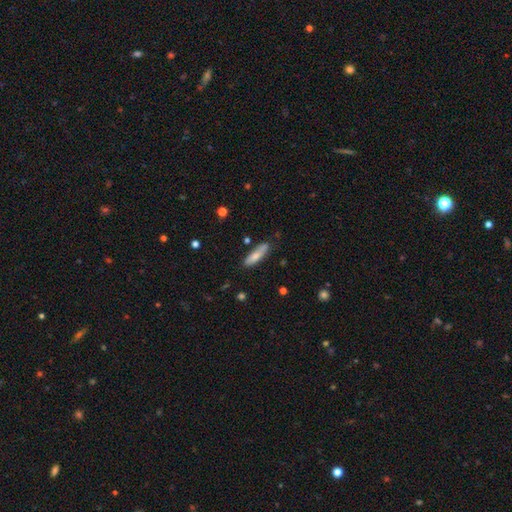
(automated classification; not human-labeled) smooth 72%, featured or disk 21%, star or artifact 6%. Down the decision tree: how rounded — cigar-shaped (66%); merging — none (76%).